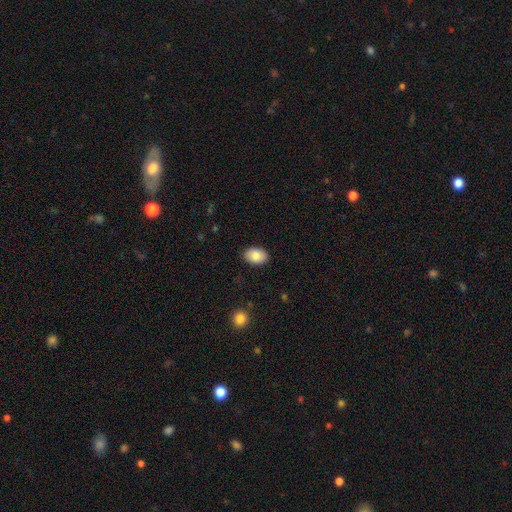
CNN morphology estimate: Smooth or featured: smooth — 85% (featured or disk — 8%)
How rounded: in between — 87% (round — 12%)
Merging: none — 89% (minor disturbance — 8%)